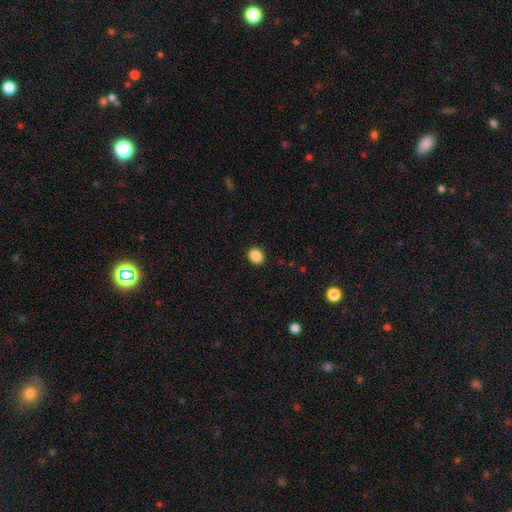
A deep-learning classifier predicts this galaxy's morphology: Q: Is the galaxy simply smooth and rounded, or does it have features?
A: smooth — 88%.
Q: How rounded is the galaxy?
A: round — 57%.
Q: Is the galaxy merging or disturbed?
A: none — 91%.